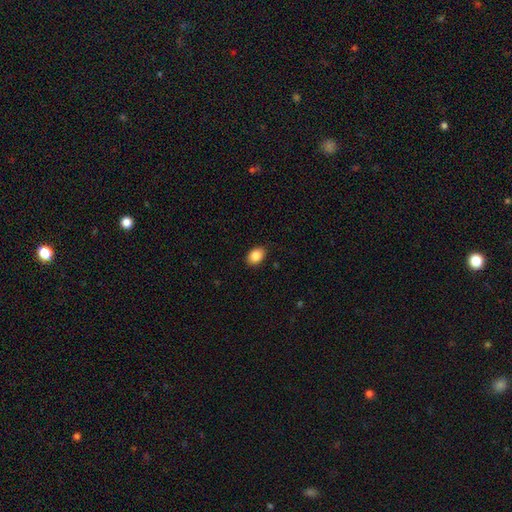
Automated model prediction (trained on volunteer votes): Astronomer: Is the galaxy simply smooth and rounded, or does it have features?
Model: smooth — 88%.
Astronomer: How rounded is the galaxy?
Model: in between — 77%.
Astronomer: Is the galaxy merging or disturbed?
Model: none — 88%.